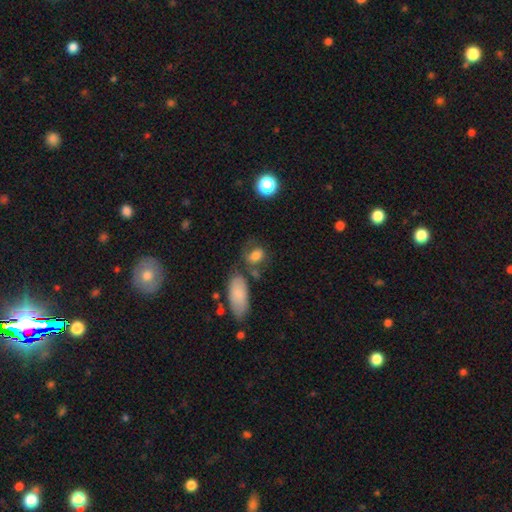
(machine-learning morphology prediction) Smooth or featured? Predicted: smooth (p=0.75). How rounded? Predicted: in between (p=0.66). Merging? Predicted: none (p=0.51).